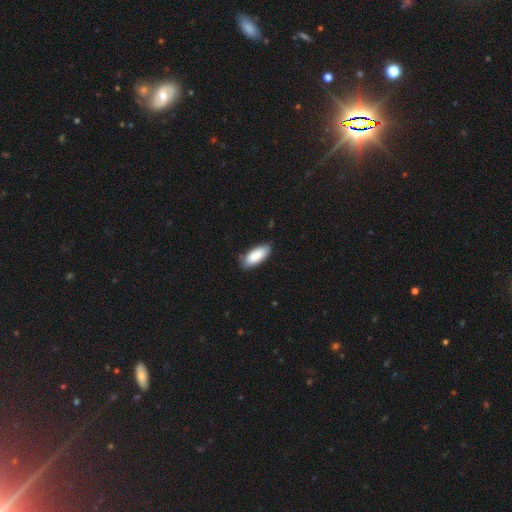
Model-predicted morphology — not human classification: Smooth or featured? smooth (87%)
How rounded? in between (87%)
Merging? none (79%)